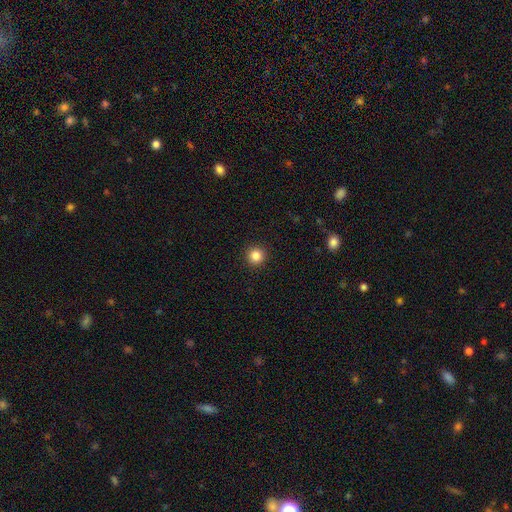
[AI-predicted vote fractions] This is clearly a smooth galaxy (85%). How rounded: clearly round (95%). Merging: clearly none (93%).